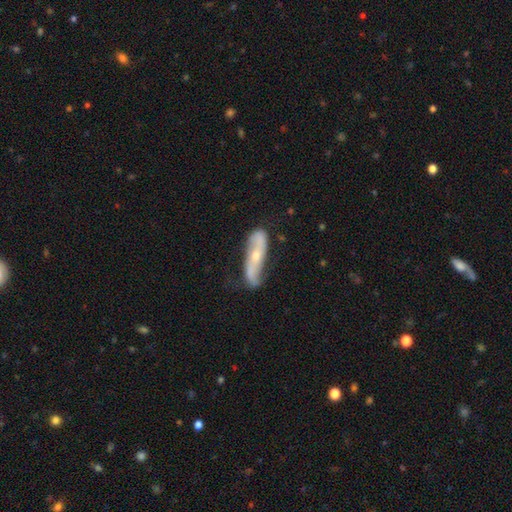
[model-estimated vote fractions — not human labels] A featured or disk galaxy (73%) with no bar (58%), spiral arms (86%) and a small central bulge (60%).

Vote fractions:
- Smooth or featured? featured or disk: 73% / smooth: 21% / star or artifact: 6%
- Edge-on disk? no: 74% / yes: 26%
- Bar? no: 58% / weak: 22% / strong: 20%
- Spiral arms? yes: 86% / no: 14%
- Bulge size? small: 60% / moderate: 37% / none: 1% / large: 1% / dominant: 1%
- Merging? none: 67% / minor disturbance: 24% / major disturbance: 7% / merger: 2%